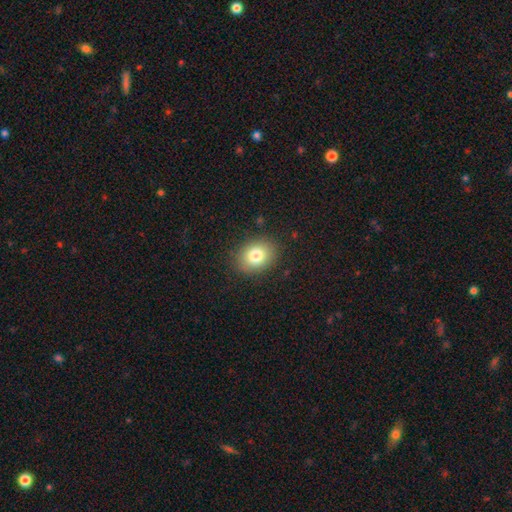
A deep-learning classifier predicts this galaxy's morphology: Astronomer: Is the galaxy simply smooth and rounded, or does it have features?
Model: smooth — 81%.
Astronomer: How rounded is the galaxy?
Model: in between — 55% (runner-up: round, 44%).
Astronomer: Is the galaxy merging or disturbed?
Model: none — 87%.